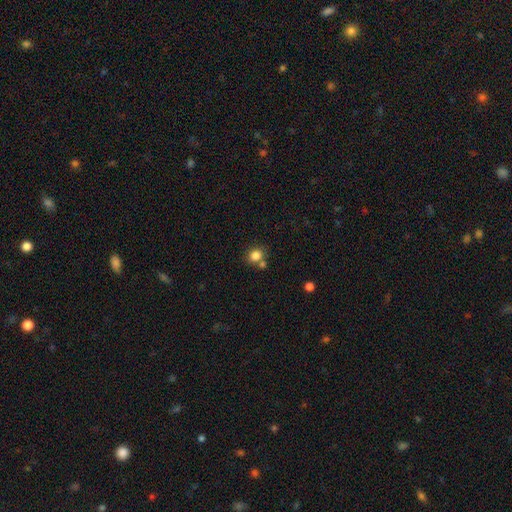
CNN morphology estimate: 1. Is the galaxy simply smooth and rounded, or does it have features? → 83% smooth, 11% star or artifact, 6% featured or disk.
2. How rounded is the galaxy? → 69% round, 31% in between, 1% cigar-shaped.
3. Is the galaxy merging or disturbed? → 63% none, 22% merger, 11% minor disturbance, 4% major disturbance.